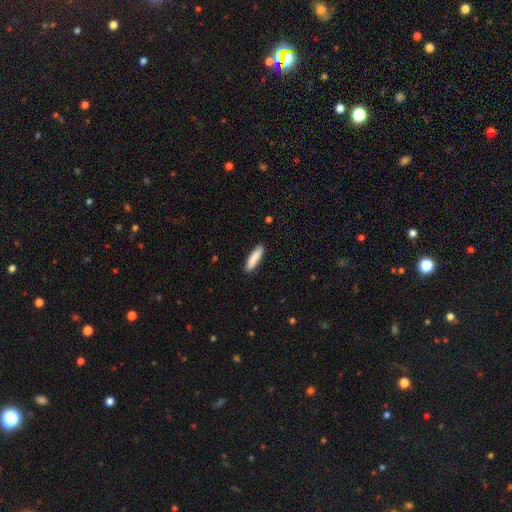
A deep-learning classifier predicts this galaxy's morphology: Smooth or featured? smooth (87%)
How rounded? cigar-shaped (79%)
Merging? none (89%)